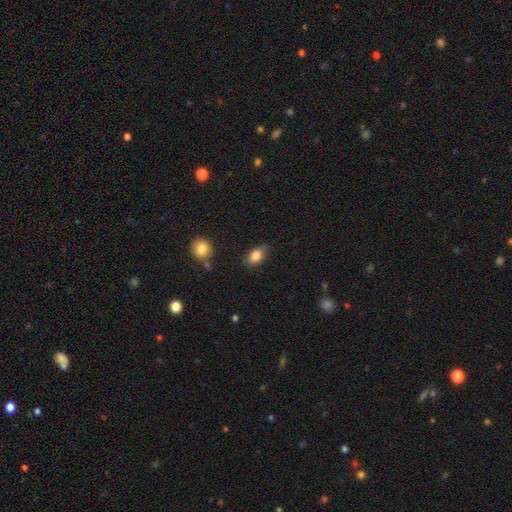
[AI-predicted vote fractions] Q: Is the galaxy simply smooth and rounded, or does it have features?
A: smooth — 84%.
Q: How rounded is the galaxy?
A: in between — 86%.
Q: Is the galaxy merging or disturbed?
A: none — 76%.